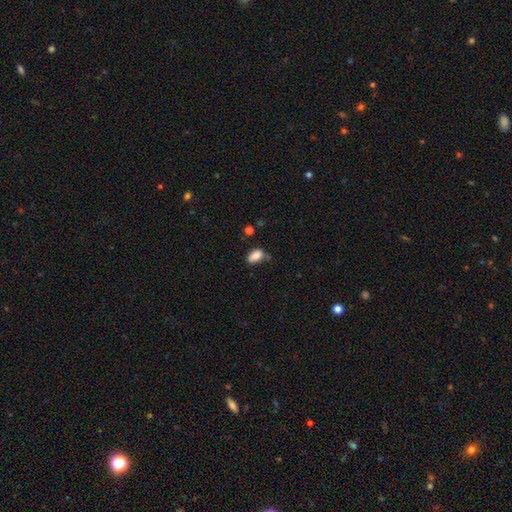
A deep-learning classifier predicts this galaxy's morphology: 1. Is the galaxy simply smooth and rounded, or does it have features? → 84% smooth, 9% star or artifact, 7% featured or disk.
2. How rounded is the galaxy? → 89% in between, 8% round, 3% cigar-shaped.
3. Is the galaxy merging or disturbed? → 49% none, 34% minor disturbance, 10% major disturbance, 7% merger.